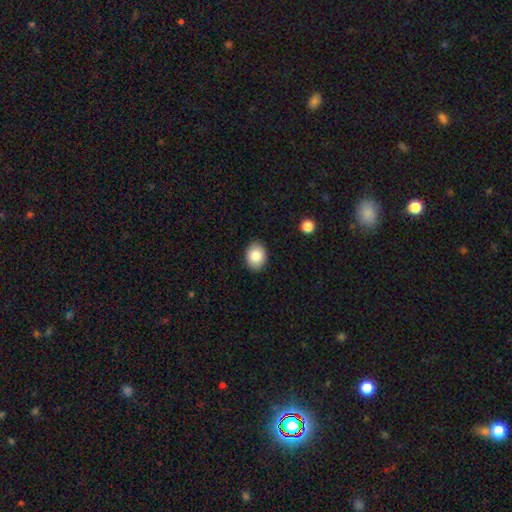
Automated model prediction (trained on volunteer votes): smooth 85%, featured or disk 8%, star or artifact 7%. Down the decision tree: how rounded — in between (66%); merging — none (89%).